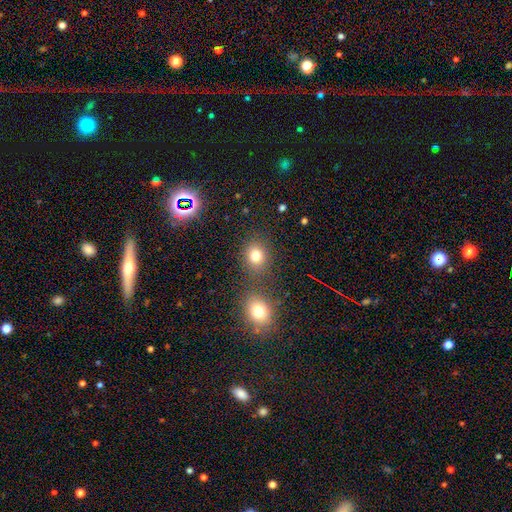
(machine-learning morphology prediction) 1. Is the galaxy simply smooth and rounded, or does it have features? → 78% smooth, 15% star or artifact, 7% featured or disk.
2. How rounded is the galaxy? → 64% round, 34% in between, 1% cigar-shaped.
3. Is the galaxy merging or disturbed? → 71% none, 16% merger, 9% minor disturbance, 4% major disturbance.